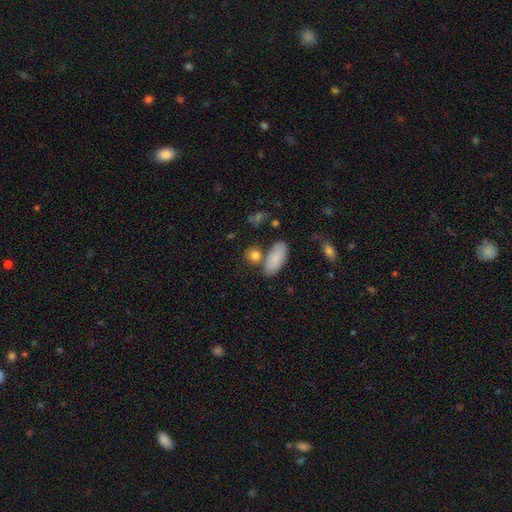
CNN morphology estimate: Q: Smooth or featured?
A: smooth (82%); runner-up: star or artifact (10%)
Q: How rounded?
A: in between (54%); runner-up: round (39%)
Q: Merging?
A: none (65%); runner-up: merger (18%)